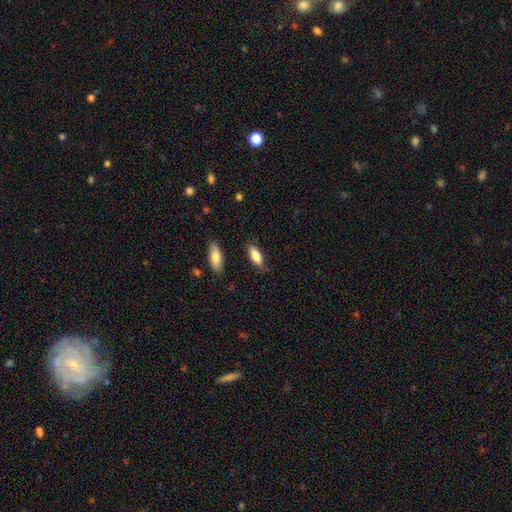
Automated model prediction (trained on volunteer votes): Smooth or featured? smooth (79%)
How rounded? in between (73%)
Merging? none (79%)